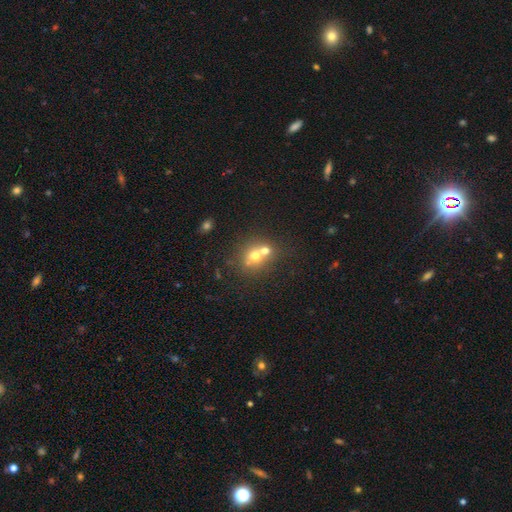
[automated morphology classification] Smooth or featured: smooth — 63% (featured or disk — 22%)
How rounded: round — 73% (in between — 26%)
Merging: merger — 55% (none — 36%)